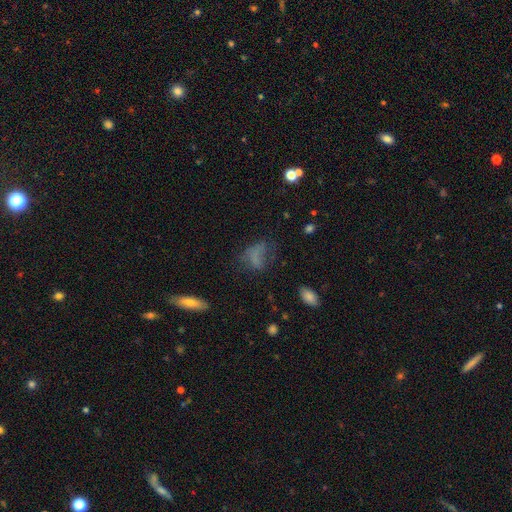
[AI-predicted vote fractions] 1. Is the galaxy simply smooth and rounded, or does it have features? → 61% smooth, 23% featured or disk, 17% star or artifact.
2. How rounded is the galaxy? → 76% in between, 19% round, 5% cigar-shaped.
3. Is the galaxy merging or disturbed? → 41% none, 29% major disturbance, 26% minor disturbance, 4% merger.